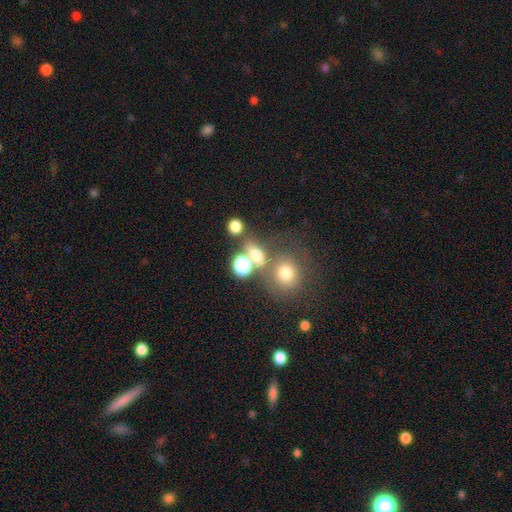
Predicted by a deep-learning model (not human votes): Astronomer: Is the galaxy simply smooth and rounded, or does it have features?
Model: smooth — 67%.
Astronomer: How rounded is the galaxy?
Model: round — 52% (runner-up: in between, 44%).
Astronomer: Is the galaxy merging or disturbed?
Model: none — 51% (runner-up: merger, 30%).